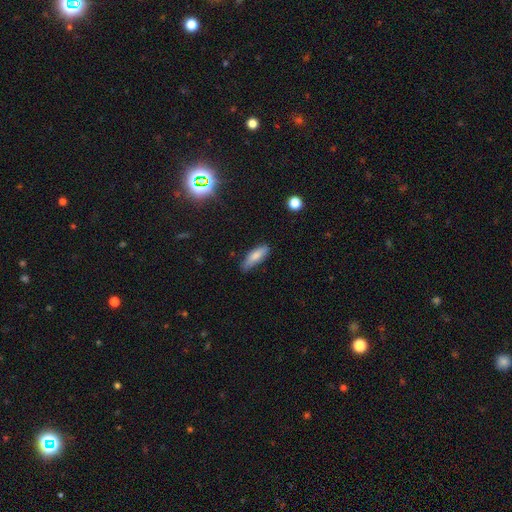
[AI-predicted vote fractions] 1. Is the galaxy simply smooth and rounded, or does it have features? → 78% smooth, 14% featured or disk, 8% star or artifact.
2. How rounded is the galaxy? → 53% in between, 45% cigar-shaped, 2% round.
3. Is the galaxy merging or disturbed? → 70% none, 24% minor disturbance, 4% major disturbance, 2% merger.